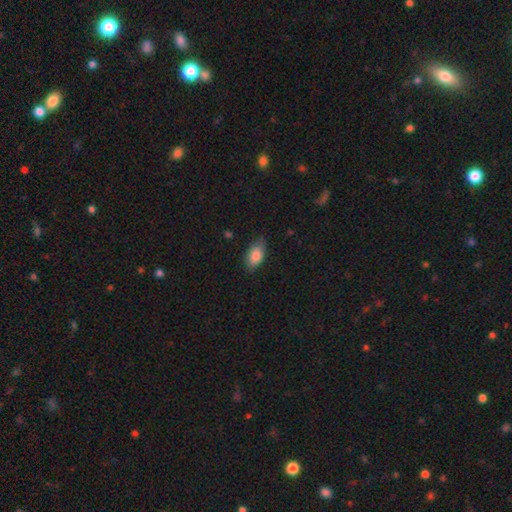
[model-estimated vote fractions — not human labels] Smooth or featured? Predicted: smooth (p=0.83). How rounded? Predicted: in between (p=0.91). Merging? Predicted: none (p=0.71).